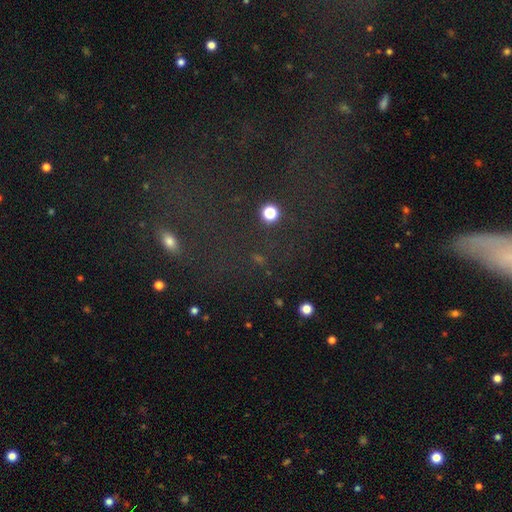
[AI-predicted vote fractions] This appears to be a star or artifact, not a galaxy (60%).